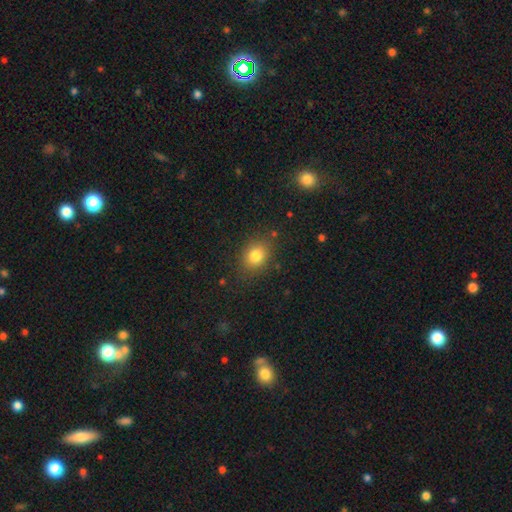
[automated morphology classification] This is clearly a smooth galaxy (80%). How rounded: possibly round (51%). Merging: clearly none (82%).